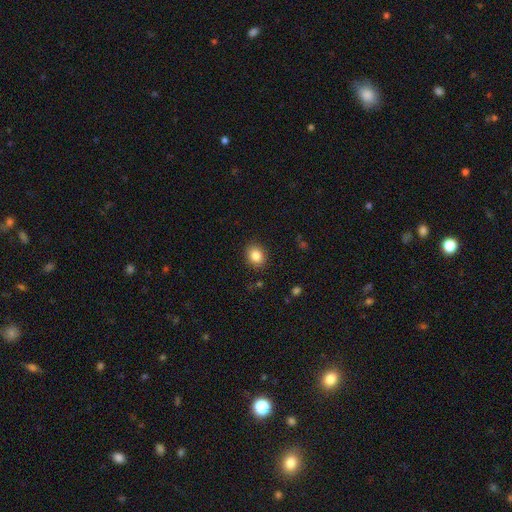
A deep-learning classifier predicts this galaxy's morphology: A smooth galaxy with no disk features (86%) that is round (51%). Merging: none (88%).